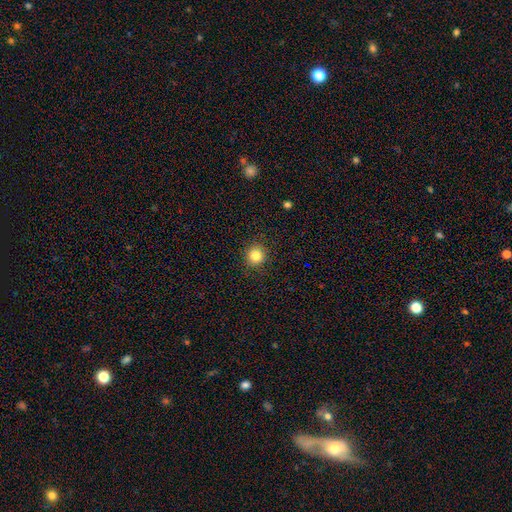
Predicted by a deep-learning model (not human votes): smooth_or_featured: smooth (p=0.84) [alt: star or artifact p=0.11]
how_rounded: round (p=0.92) [alt: in between p=0.07]
merging: none (p=0.91) [alt: minor disturbance p=0.06]